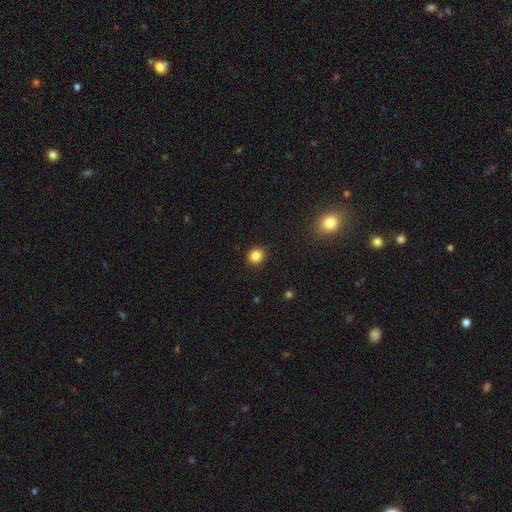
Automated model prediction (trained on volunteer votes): Overall: smooth (84%). How rounded: round (79%). Merging: none (90%).